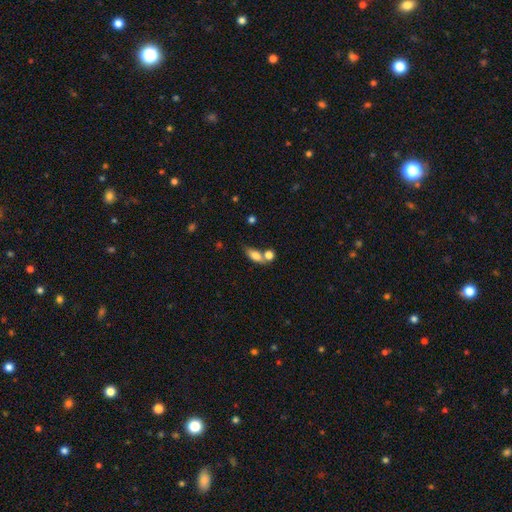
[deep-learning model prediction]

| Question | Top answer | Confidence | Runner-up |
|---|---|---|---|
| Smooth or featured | smooth | 75% | featured or disk (16%) |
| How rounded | in between | 74% | cigar-shaped (17%) |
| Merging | none | 47% | merger (33%) |